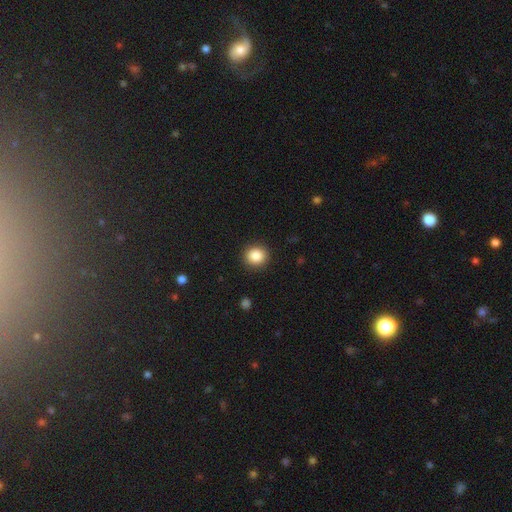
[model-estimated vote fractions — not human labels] Overall: smooth (86%). How rounded: round (88%). Merging: none (91%).